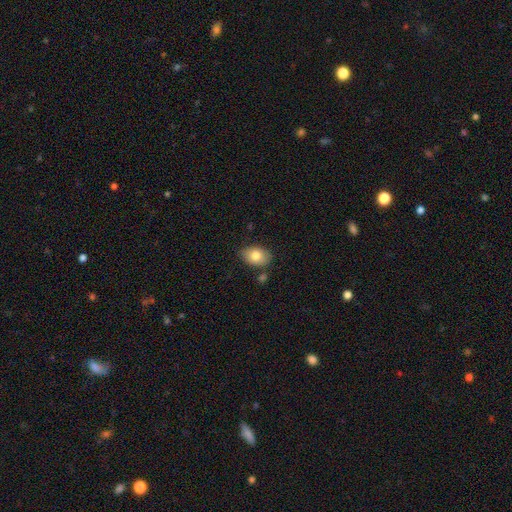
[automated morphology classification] Smooth or featured: smooth — 81% (featured or disk — 12%)
How rounded: in between — 83% (round — 16%)
Merging: none — 78% (minor disturbance — 15%)